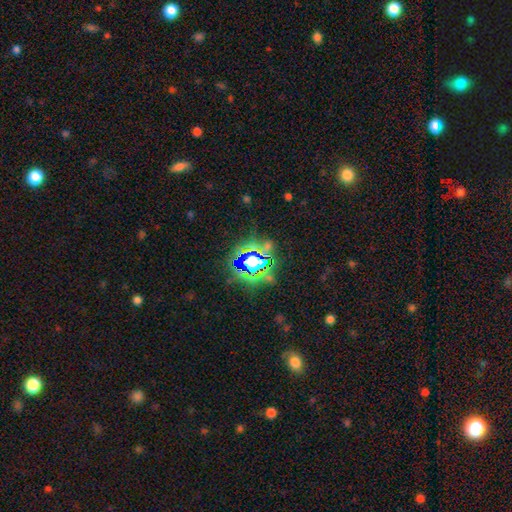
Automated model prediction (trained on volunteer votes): Overall: star or artifact (79%).